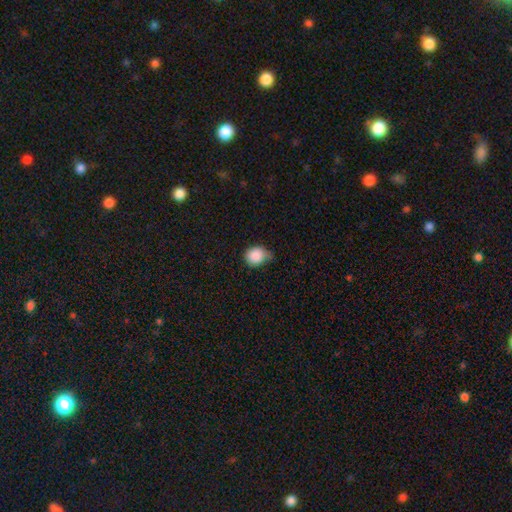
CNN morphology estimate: smooth 87%, star or artifact 8%, featured or disk 5%. Down the decision tree: how rounded — round (69%); merging — minor disturbance (45%).